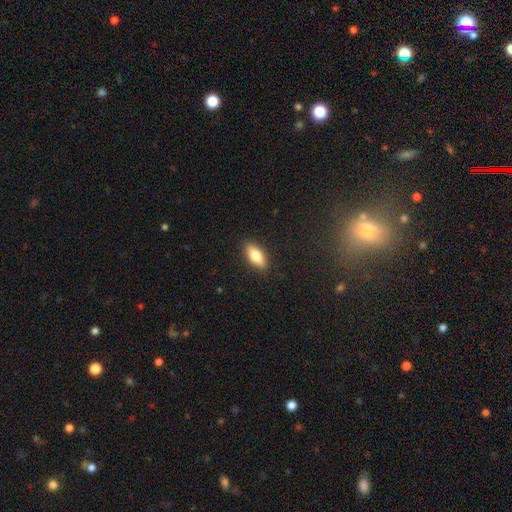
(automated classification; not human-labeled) smooth_or_featured: smooth (p=0.76) [alt: featured or disk p=0.17]
how_rounded: in between (p=0.80) [alt: cigar-shaped p=0.17]
merging: none (p=0.89) [alt: minor disturbance p=0.08]